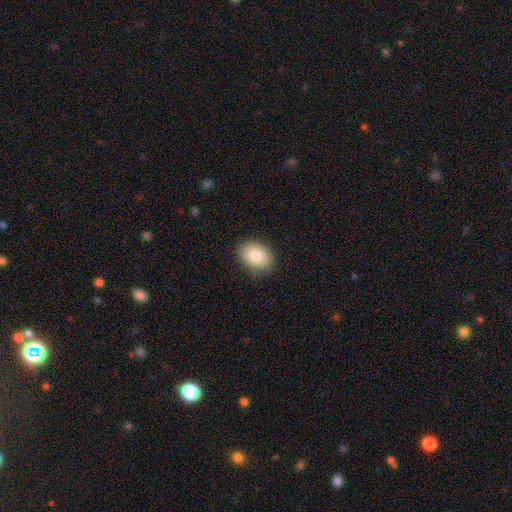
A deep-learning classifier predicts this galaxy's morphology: smooth-or-featured: smooth: 84% | featured or disk: 9% | star or artifact: 7%
  how-rounded: in between: 80% | round: 19% | cigar-shaped: 1%
  merging: none: 84% | minor disturbance: 13% | major disturbance: 3% | merger: 1%